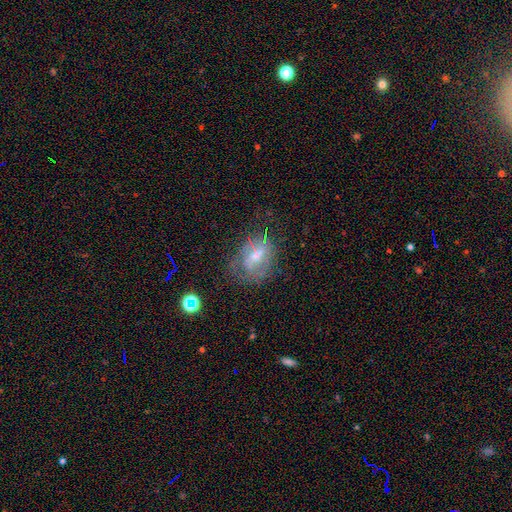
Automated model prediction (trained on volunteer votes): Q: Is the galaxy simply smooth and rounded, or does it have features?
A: featured or disk — 54%.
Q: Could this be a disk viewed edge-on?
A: no — 93%.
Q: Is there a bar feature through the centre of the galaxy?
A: weak — 44%.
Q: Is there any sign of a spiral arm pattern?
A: no — 51%.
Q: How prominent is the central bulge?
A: small — 47%.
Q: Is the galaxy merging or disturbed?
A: none — 49%.